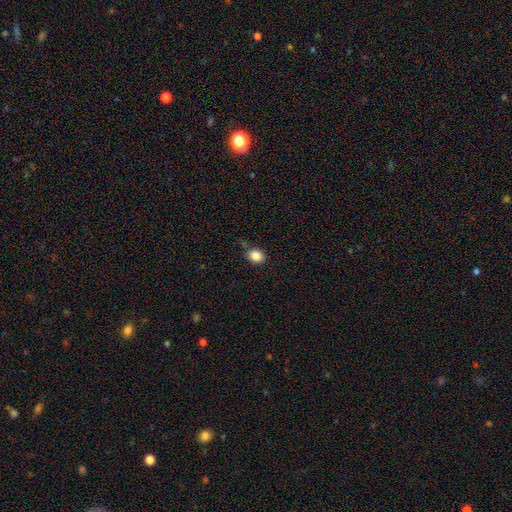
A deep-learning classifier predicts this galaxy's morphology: The model was most divided on "how rounded": in between: 60%, round: 39%, cigar-shaped: 1%. More confident: smooth or featured — smooth (87%); merging — none (80%).